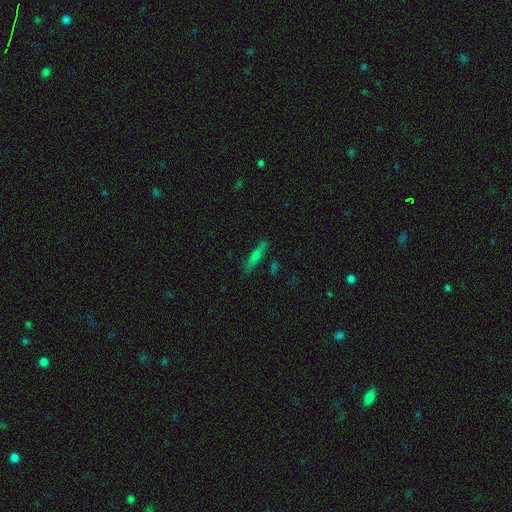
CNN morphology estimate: Overall: smooth (44%, tied with featured or disk). Merging: none (85%).